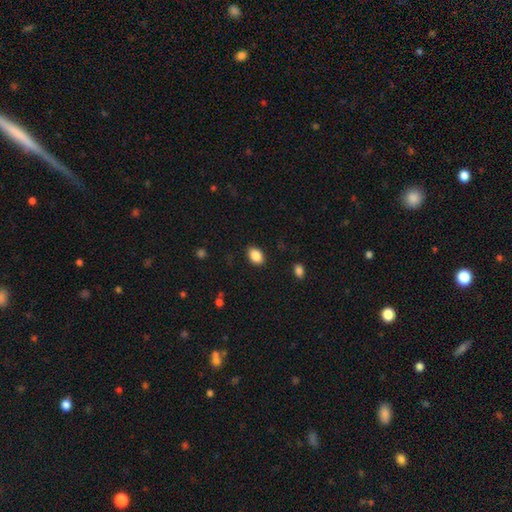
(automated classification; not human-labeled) The model was most divided on "how rounded": in between: 81%, round: 18%, cigar-shaped: 1%. More confident: merging — none (88%); smooth or featured — smooth (88%).